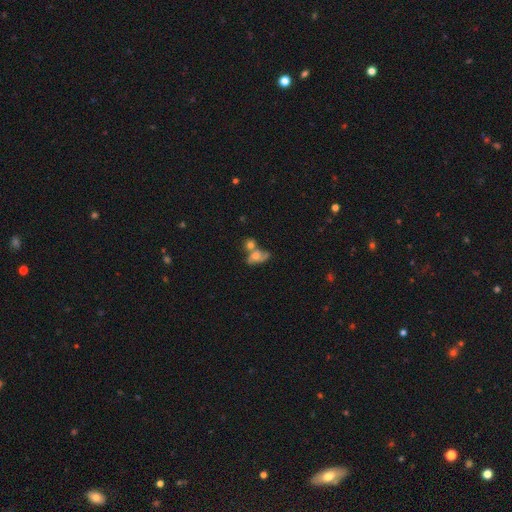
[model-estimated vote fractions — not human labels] featured or disk 44% (tied), smooth 44% (tied), star or artifact 11%. Down the decision tree: merging — merger (45%).